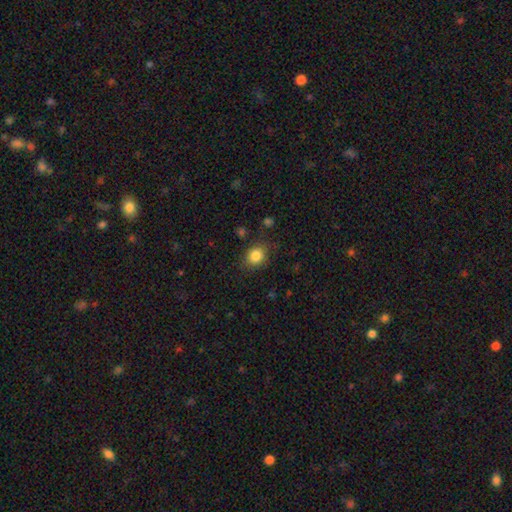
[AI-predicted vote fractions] The model was most divided on "how rounded": round: 58%, in between: 41%, cigar-shaped: 1%. More confident: smooth or featured — smooth (84%); merging — none (80%).